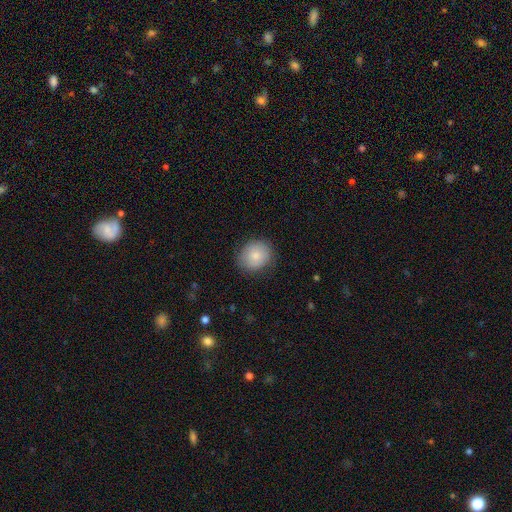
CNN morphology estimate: This appears to be a smooth galaxy with no disk features (82%) that is round (71%). Merging: none (81%).